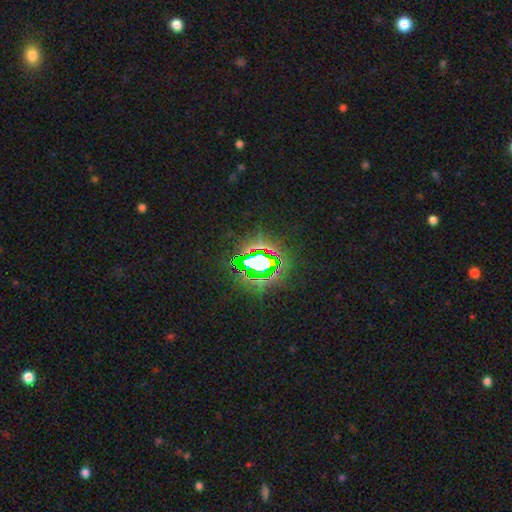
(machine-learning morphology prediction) The model was most divided on "smooth or featured": star or artifact: 81%, smooth: 11%, featured or disk: 9%.